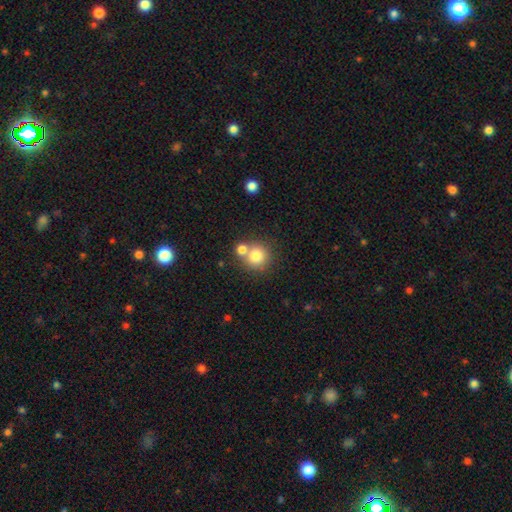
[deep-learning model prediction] This is likely a smooth galaxy (79%). How rounded: clearly round (91%). Merging: possibly none (57%).